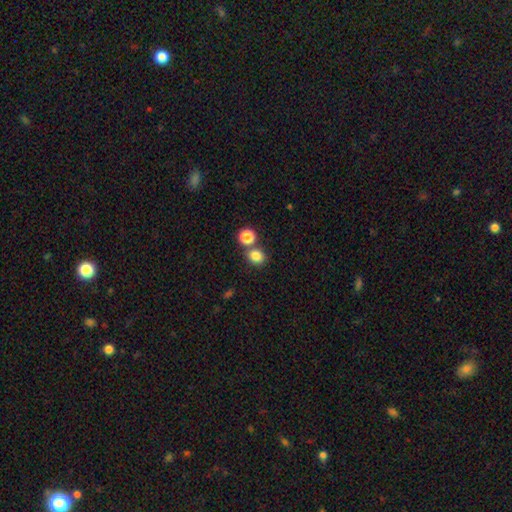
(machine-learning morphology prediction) A smooth galaxy with no disk features (82%) that is round (71%).

Vote fractions:
- Smooth or featured? smooth: 82% / star or artifact: 12% / featured or disk: 6%
- How rounded? round: 71% / in between: 28% / cigar-shaped: 1%
- Merging? none: 63% / merger: 25% / minor disturbance: 9% / major disturbance: 3%